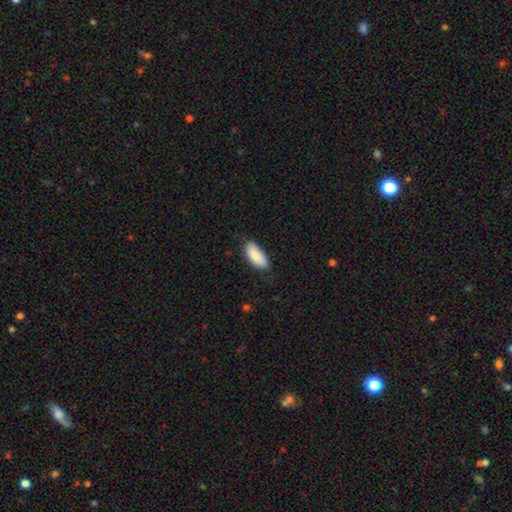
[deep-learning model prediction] The model was most divided on "merging": none: 76%, minor disturbance: 20%, major disturbance: 3%, merger: 1%. More confident: how rounded — in between (87%); smooth or featured — smooth (87%).